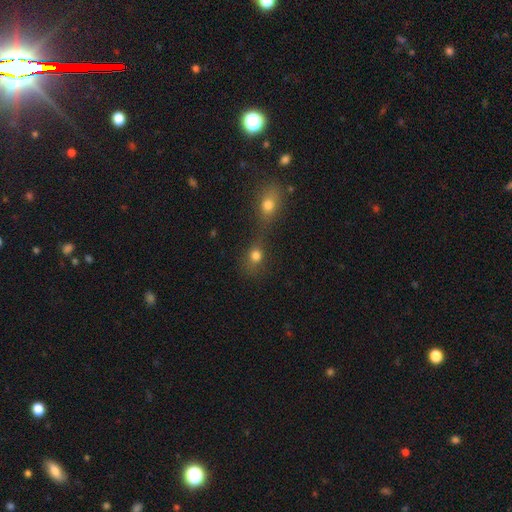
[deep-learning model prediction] Smooth or featured? smooth (76%)
How rounded? round (68%)
Merging? merger (52%)